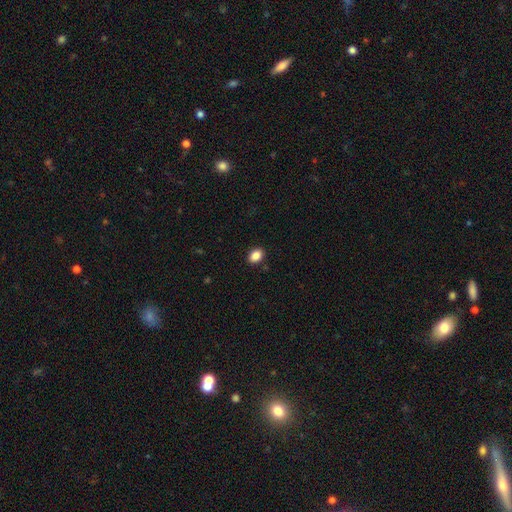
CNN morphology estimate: This appears to be a smooth galaxy with no disk features (88%) that is in between round and cigar-shaped (75%). Merging: none (89%).